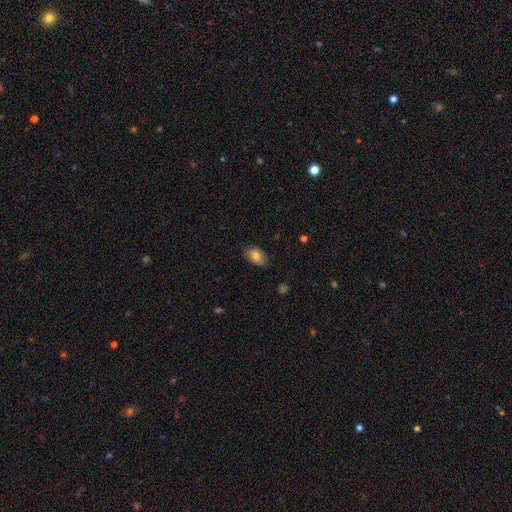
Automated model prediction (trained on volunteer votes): Smooth or featured: smooth — 79% (featured or disk — 13%)
How rounded: in between — 90% (round — 9%)
Merging: none — 80% (minor disturbance — 16%)